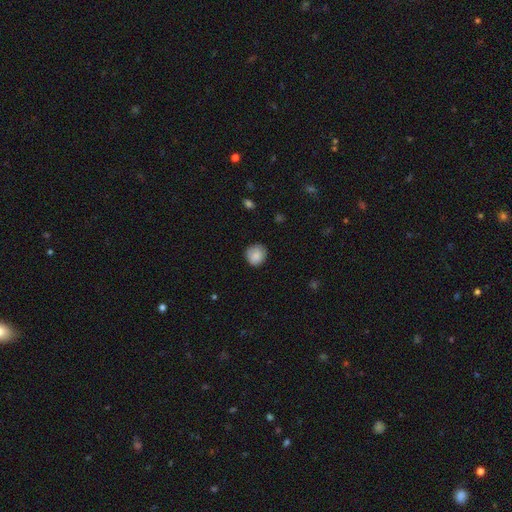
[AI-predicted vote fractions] Smooth or featured? smooth (87%)
How rounded? round (88%)
Merging? none (81%)